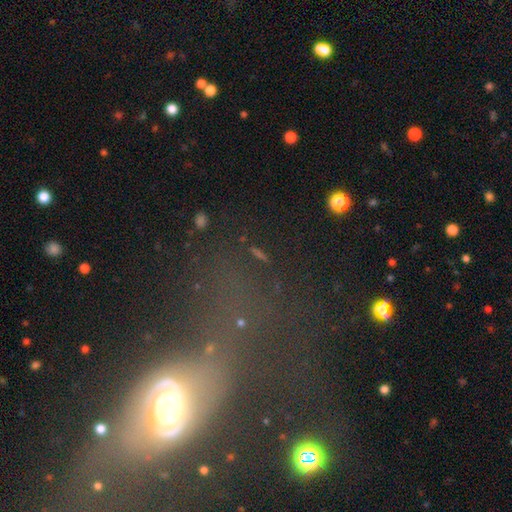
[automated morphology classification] Smooth or featured? Predicted: star or artifact (p=0.51).